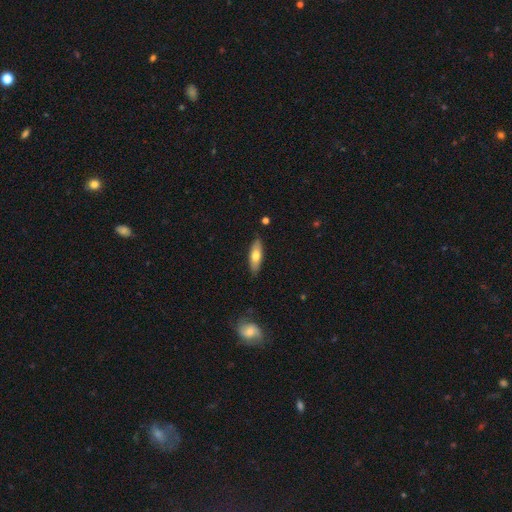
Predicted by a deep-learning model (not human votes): smooth 66%, featured or disk 28%, star or artifact 6%. Down the decision tree: how rounded — in between (55%); merging — none (85%).